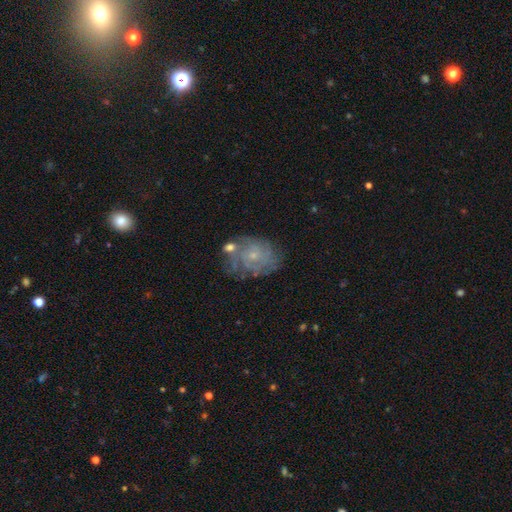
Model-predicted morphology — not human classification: Overall: featured or disk (73%). Edge-on disk: no (97%). Bar: no (79%). Spiral arms: yes (85%). Spiral arm count: can't tell (48%; 3 14%). Spiral winding: tight (64%; medium 27%). Bulge size: small (76%). Merging: none (59%; minor disturbance 21%).